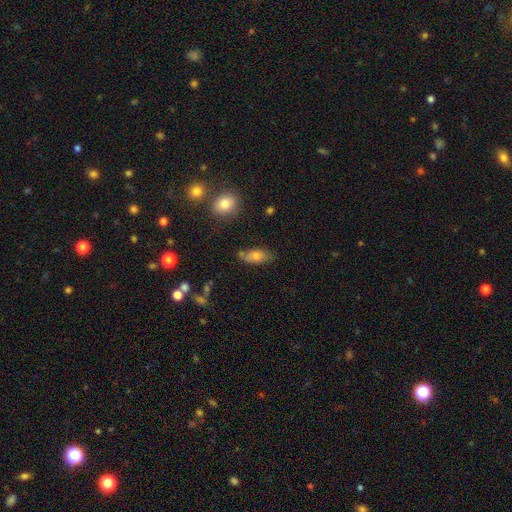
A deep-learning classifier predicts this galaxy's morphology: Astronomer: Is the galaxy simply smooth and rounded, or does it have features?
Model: smooth — 73%.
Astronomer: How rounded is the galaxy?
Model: in between — 85%.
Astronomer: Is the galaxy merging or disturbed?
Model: none — 66%.